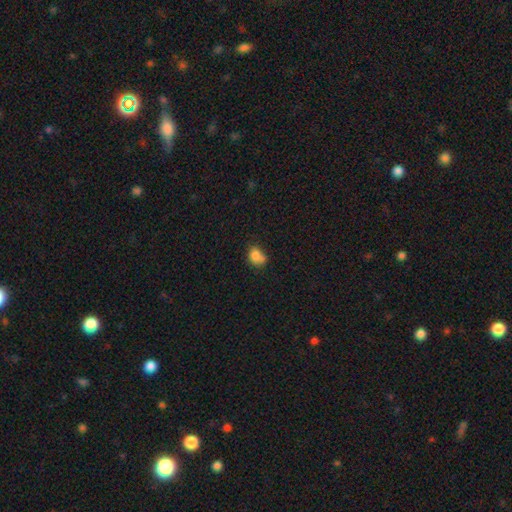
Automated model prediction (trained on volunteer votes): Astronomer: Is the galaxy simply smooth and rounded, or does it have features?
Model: smooth — 80%.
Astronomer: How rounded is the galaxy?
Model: round — 50% (runner-up: in between, 49%).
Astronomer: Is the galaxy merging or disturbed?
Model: none — 43% (runner-up: merger, 24%).